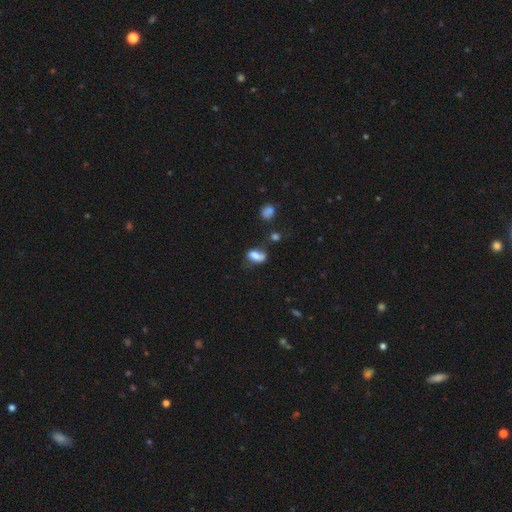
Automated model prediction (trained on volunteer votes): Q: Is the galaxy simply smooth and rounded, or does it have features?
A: smooth — 72%.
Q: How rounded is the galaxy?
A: in between — 84%.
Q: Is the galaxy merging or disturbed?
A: none — 35%.